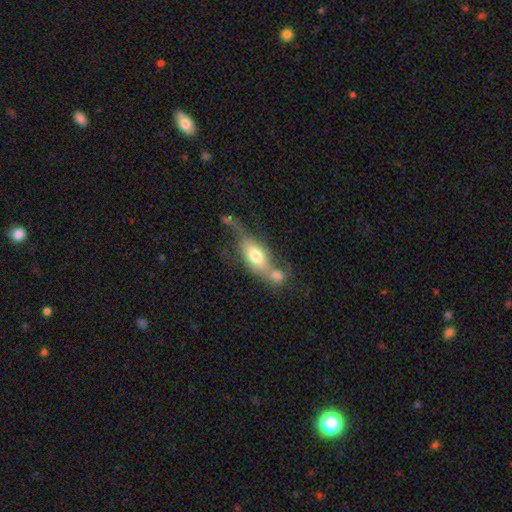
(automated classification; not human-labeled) smooth 53%, featured or disk 39%, star or artifact 7%. Down the decision tree: how rounded — in between (75%); merging — merger (47%).